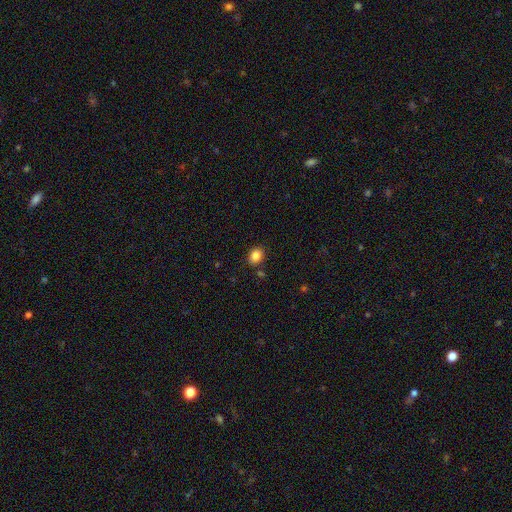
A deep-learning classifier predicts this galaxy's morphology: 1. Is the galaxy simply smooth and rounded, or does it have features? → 85% smooth, 10% star or artifact, 5% featured or disk.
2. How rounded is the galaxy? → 55% in between, 44% round, 1% cigar-shaped.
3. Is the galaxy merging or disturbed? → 84% none, 10% minor disturbance, 4% merger, 3% major disturbance.